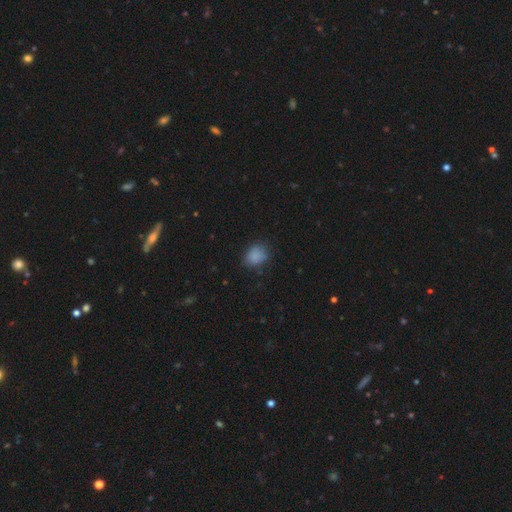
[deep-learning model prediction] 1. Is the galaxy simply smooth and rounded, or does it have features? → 82% smooth, 11% star or artifact, 7% featured or disk.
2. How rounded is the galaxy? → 55% in between, 44% round, 1% cigar-shaped.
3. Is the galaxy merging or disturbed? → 69% none, 22% minor disturbance, 7% major disturbance, 2% merger.